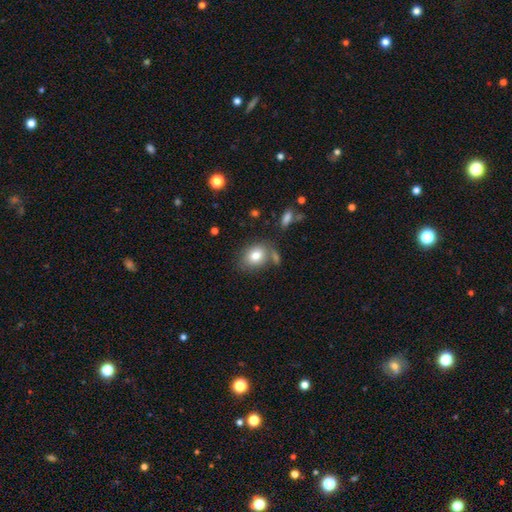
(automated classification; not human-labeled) smooth-or-featured: smooth: 79% | featured or disk: 12% | star or artifact: 9%
  how-rounded: in between: 62% | round: 37% | cigar-shaped: 1%
  merging: none: 65% | minor disturbance: 15% | merger: 14% | major disturbance: 5%